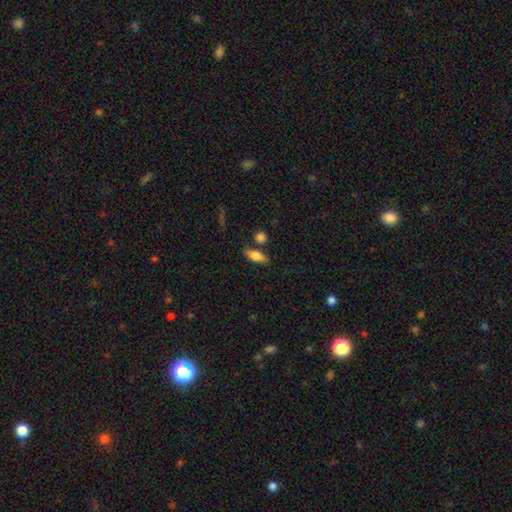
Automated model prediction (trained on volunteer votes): This appears to be a smooth galaxy with no disk features (76%) that is in between round and cigar-shaped (74%). Merging: none (76%).